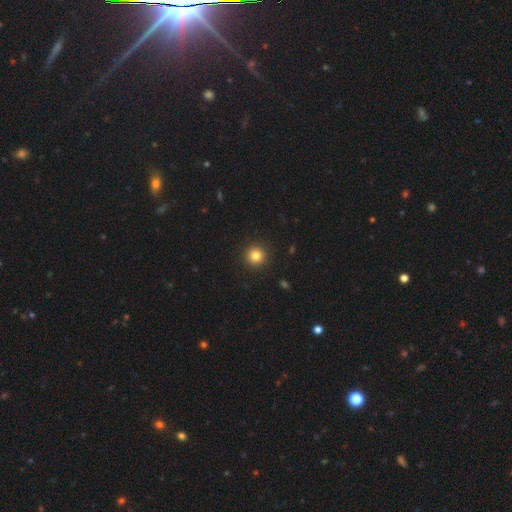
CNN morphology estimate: Smooth or featured? smooth (82%)
How rounded? round (95%)
Merging? none (93%)